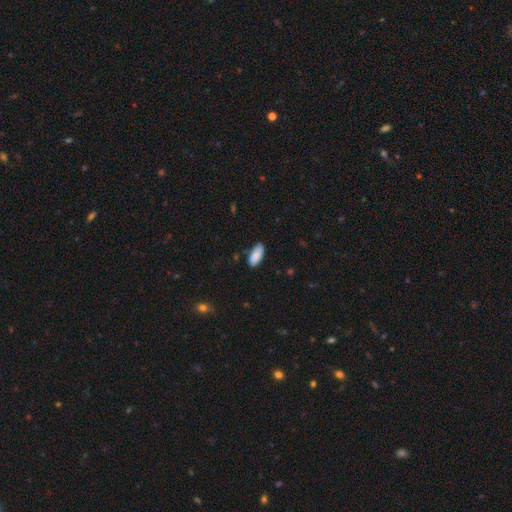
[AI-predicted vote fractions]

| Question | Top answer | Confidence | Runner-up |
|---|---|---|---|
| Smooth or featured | smooth | 88% | featured or disk (6%) |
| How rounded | in between | 88% | cigar-shaped (10%) |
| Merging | none | 78% | minor disturbance (18%) |